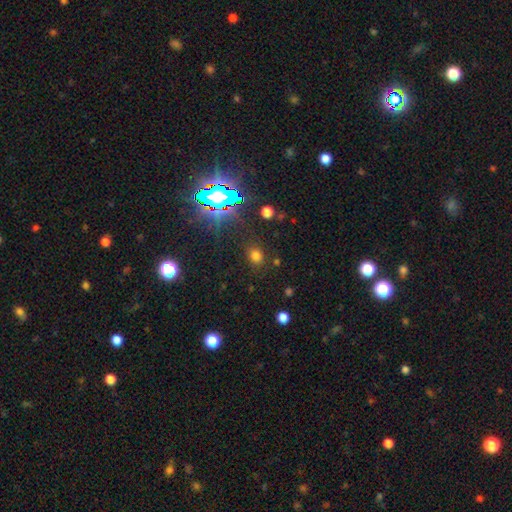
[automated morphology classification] smooth_or_featured: smooth (p=0.68) [alt: star or artifact p=0.26]
how_rounded: round (p=0.64) [alt: in between p=0.34]
merging: none (p=0.84) [alt: minor disturbance p=0.10]